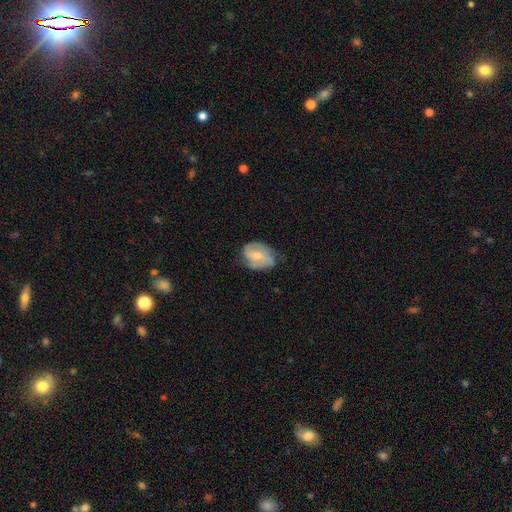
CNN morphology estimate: The model was most divided on "bar": no: 47%, weak: 41%, strong: 12%. Remaining: edge-on disk — no (97%); spiral arms — yes (89%); smooth or featured — featured or disk (68%); spiral arm count — 2 (61%); merging — none (61%); bulge size — moderate (52%); spiral winding — medium (44%).